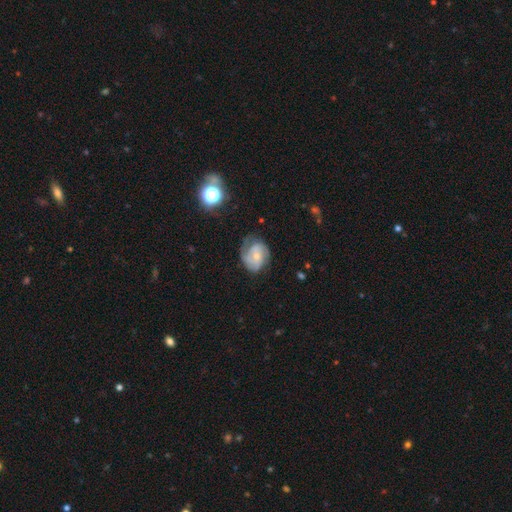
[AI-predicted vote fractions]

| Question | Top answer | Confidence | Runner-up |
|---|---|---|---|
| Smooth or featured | featured or disk | 70% | smooth (23%) |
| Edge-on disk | no | 98% | yes (2%) |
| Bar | no | 68% | weak (27%) |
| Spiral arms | yes | 90% | no (10%) |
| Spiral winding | tight | 42% | tied: medium (42%) |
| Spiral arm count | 2 | 37% | 3 (25%) |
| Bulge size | small | 58% | moderate (36%) |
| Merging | none | 55% | minor disturbance (28%) |